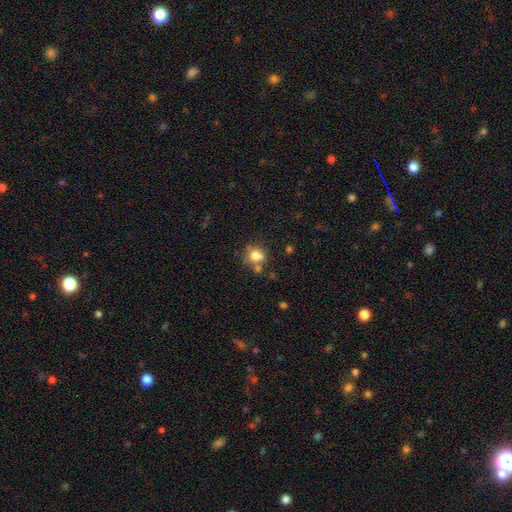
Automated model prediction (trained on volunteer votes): smooth-or-featured: smooth: 74% | featured or disk: 14% | star or artifact: 12%
  how-rounded: round: 76% | in between: 23% | cigar-shaped: 1%
  merging: none: 52% | merger: 26% | minor disturbance: 16% | major disturbance: 7%